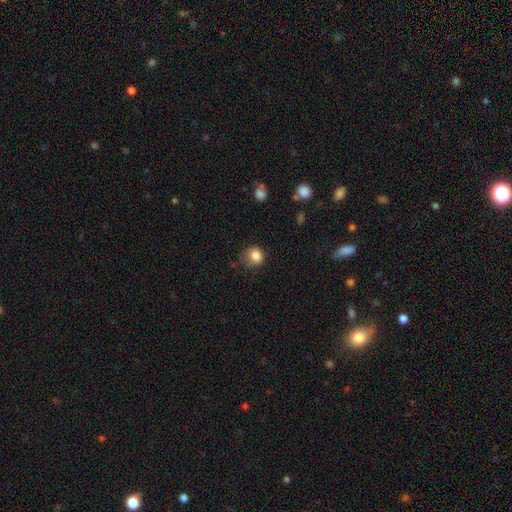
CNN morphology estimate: smooth 83%, star or artifact 10%, featured or disk 7%. Down the decision tree: how rounded — round (78%); merging — none (56%).